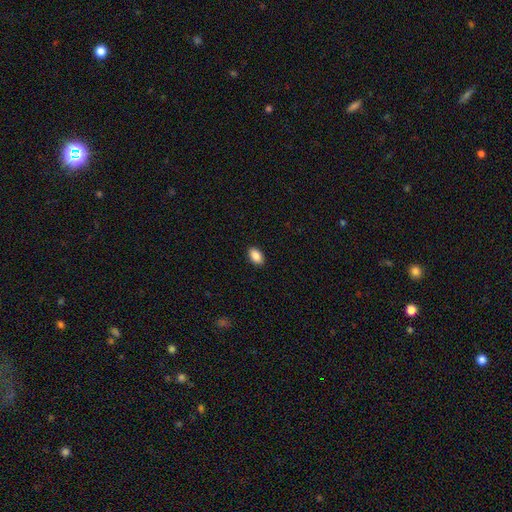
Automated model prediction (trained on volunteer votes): The model was most divided on "smooth or featured": smooth: 89%, star or artifact: 8%, featured or disk: 3%. More confident: how rounded — in between (91%); merging — none (90%).